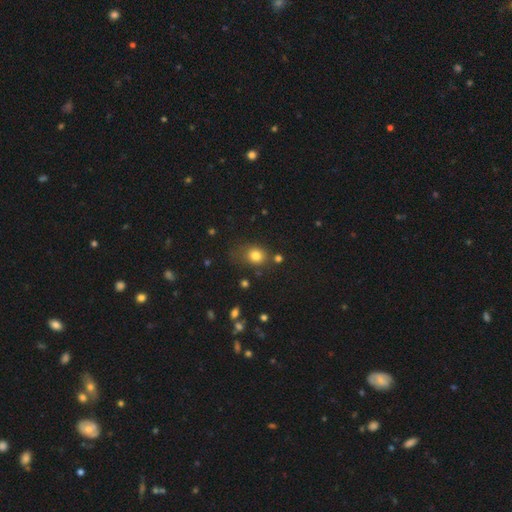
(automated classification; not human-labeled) Morphology: type=smooth (80%); roundness=round (64%); merging=none (64%).